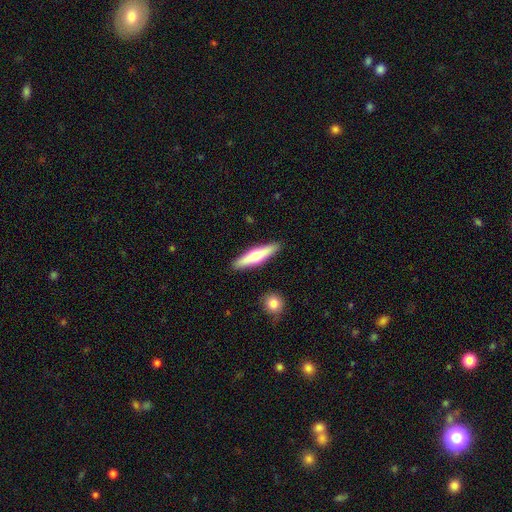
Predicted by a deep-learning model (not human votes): This appears to be a smooth galaxy with no disk features (51%) that is cigar-shaped (79%). Merging: none (89%).